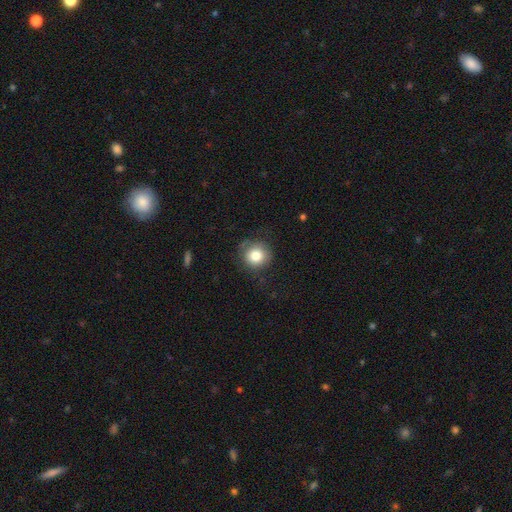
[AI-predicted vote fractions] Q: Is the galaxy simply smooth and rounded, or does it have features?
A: smooth — 80%.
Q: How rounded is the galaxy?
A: round — 91%.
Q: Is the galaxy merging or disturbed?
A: none — 77%.